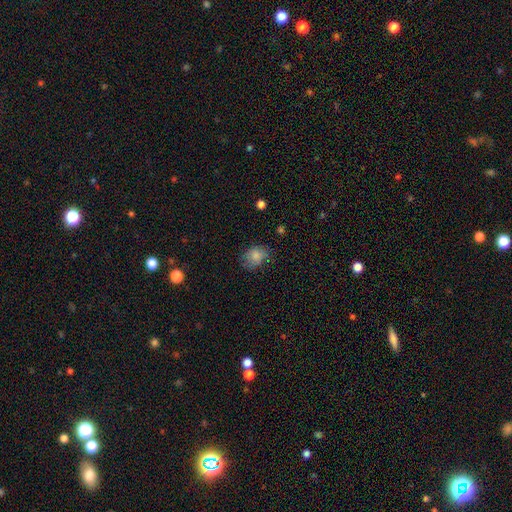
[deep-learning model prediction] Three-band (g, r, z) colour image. It shows a smooth galaxy with no disk features (80%) that is in between round and cigar-shaped (62%). Merging: none (63%).